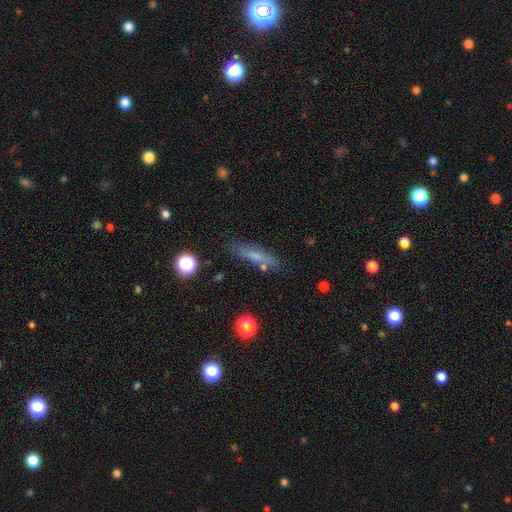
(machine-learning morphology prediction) This is possibly a smooth galaxy (59%). How rounded: likely cigar-shaped (78%). Merging: likely none (80%).